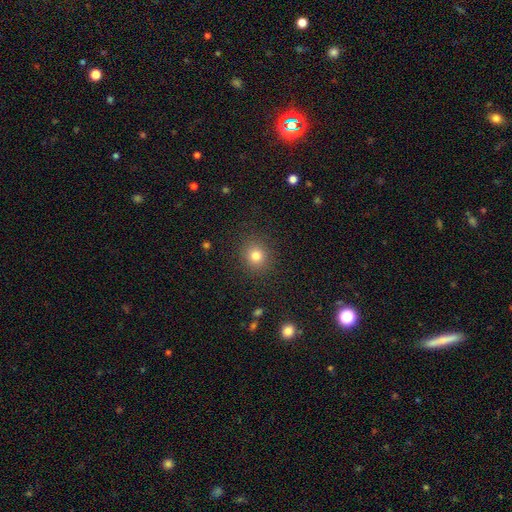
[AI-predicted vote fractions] A smooth galaxy with no disk features (79%) that is round (85%).

Vote fractions:
- Smooth or featured? smooth: 79% / star or artifact: 13% / featured or disk: 7%
- How rounded? round: 85% / in between: 14% / cigar-shaped: 1%
- Merging? none: 89% / minor disturbance: 7% / major disturbance: 3% / merger: 1%